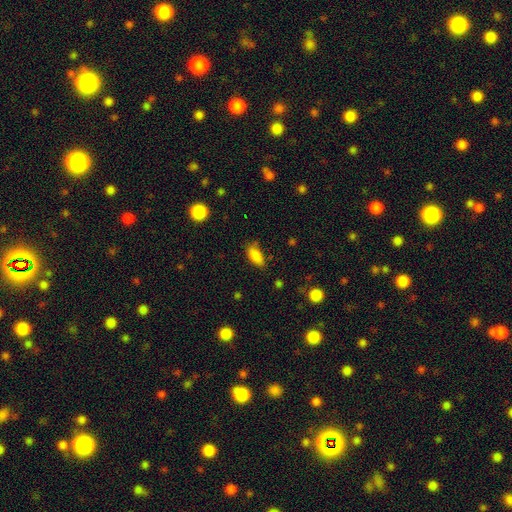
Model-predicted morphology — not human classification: Smooth or featured? smooth (86%)
How rounded? in between (87%)
Merging? none (75%)